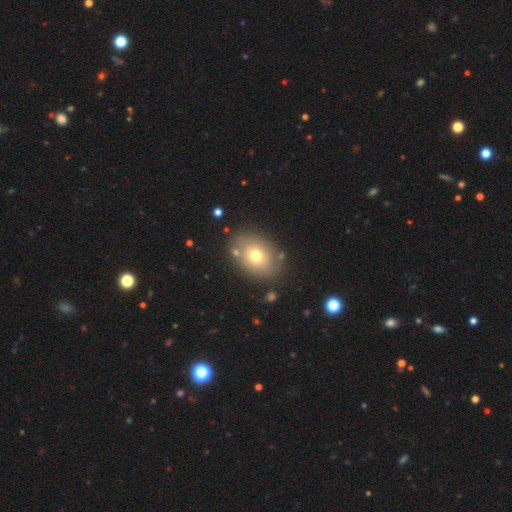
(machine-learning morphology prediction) Smooth or featured?
  - smooth: 70% *
  - featured or disk: 20%
  - star or artifact: 11%
How rounded?
  - in between: 66% *
  - round: 33%
  - cigar-shaped: 1%
Merging?
  - none: 79% *
  - minor disturbance: 12%
  - merger: 5%
  - major disturbance: 4%